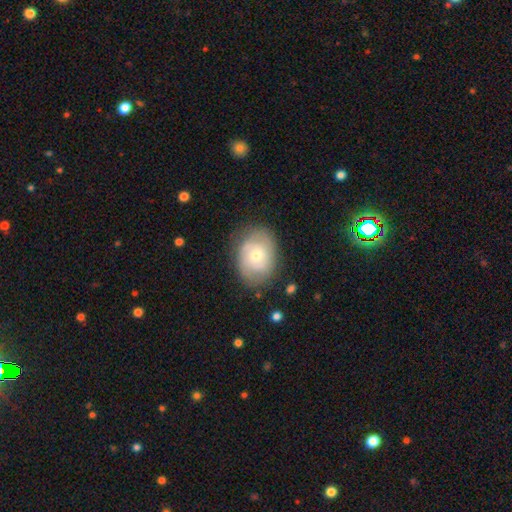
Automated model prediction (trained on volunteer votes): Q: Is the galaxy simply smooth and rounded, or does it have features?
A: featured or disk — 50%.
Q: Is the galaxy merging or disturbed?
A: none — 77%.